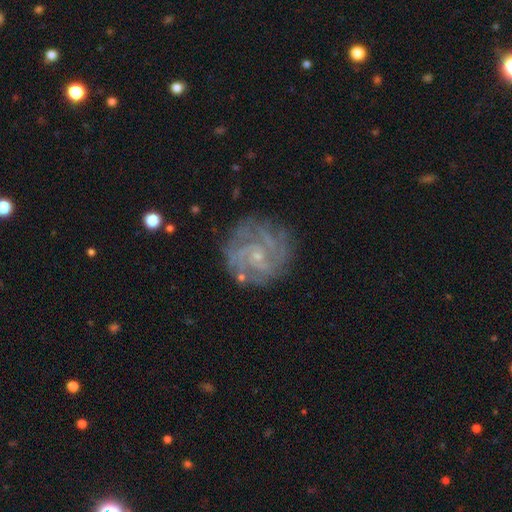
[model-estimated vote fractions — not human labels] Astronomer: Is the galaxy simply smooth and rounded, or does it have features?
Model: featured or disk — 82%.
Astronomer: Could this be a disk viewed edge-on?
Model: no — 98%.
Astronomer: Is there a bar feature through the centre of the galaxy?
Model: no — 67%.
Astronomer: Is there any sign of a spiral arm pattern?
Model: yes — 93%.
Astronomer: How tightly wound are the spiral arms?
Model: tight — 58% (runner-up: medium, 34%).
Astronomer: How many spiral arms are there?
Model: can't tell — 29% (runner-up: 3, 23%).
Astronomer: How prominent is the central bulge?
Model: small — 79%.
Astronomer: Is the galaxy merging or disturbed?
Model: none — 76%.